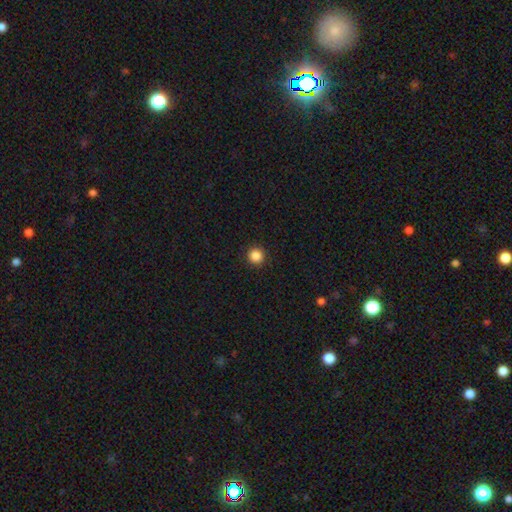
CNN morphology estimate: smooth 86%, star or artifact 11%, featured or disk 3%. Down the decision tree: how rounded — round (95%); merging — none (93%).